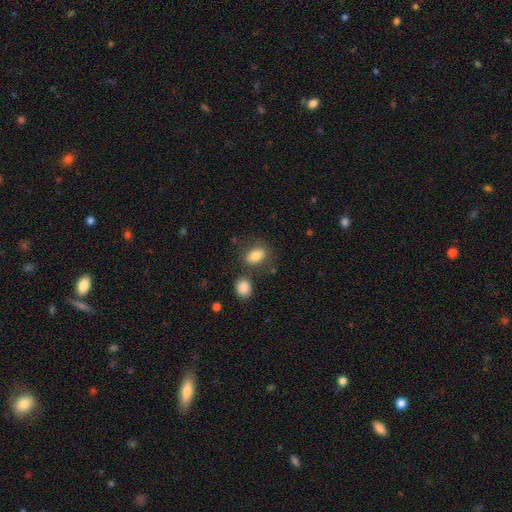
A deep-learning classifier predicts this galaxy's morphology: Overall: smooth (82%). How rounded: in between (78%). Merging: none (68%).